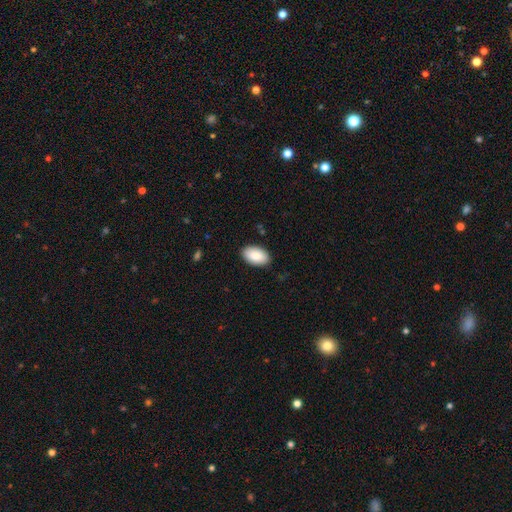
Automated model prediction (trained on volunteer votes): Smooth or featured? smooth (88%)
How rounded? in between (95%)
Merging? none (88%)